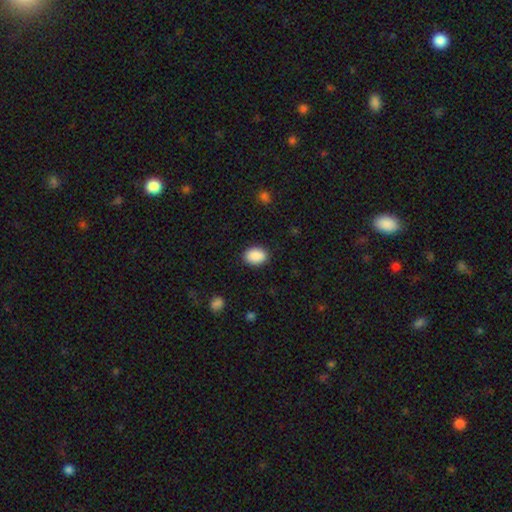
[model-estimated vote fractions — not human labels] This is clearly a smooth galaxy (90%). How rounded: likely in between (78%). Merging: clearly none (89%).